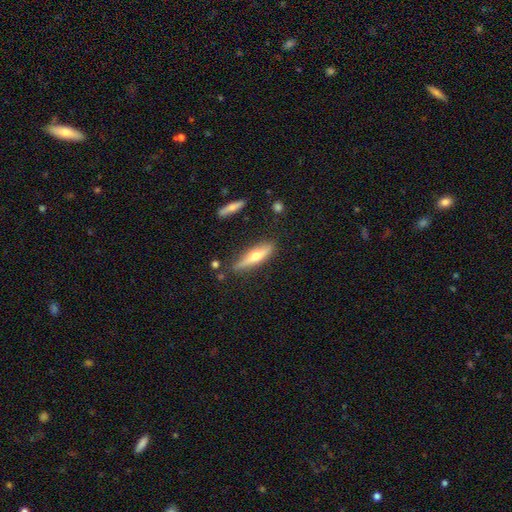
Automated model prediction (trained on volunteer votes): A featured or disk galaxy (51%) viewed edge-on (91%).

Vote fractions:
- Smooth or featured? featured or disk: 51% / smooth: 43% / star or artifact: 6%
- Edge-on disk? yes: 91% / no: 9%
- Merging? none: 80% / minor disturbance: 14% / major disturbance: 3% / merger: 3%